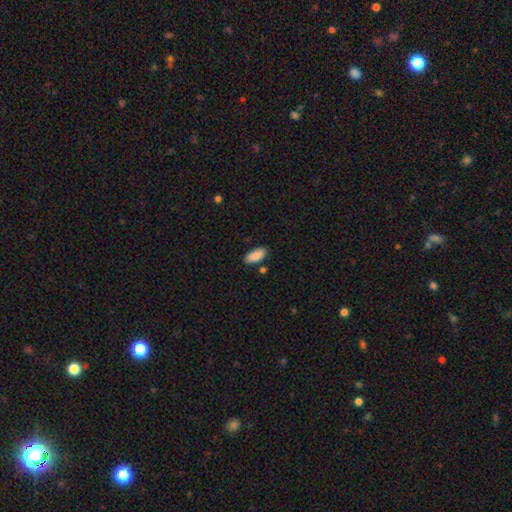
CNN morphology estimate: smooth-or-featured: smooth: 90% | star or artifact: 6% | featured or disk: 4%
  how-rounded: in between: 88% | cigar-shaped: 11% | round: 2%
  merging: none: 83% | minor disturbance: 11% | merger: 4% | major disturbance: 2%